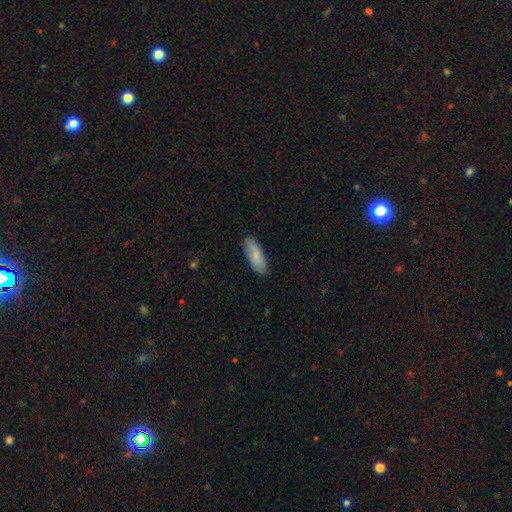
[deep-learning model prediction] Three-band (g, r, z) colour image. It shows a smooth galaxy with no disk features (82%) that is in between round and cigar-shaped (61%). Merging: none (86%).